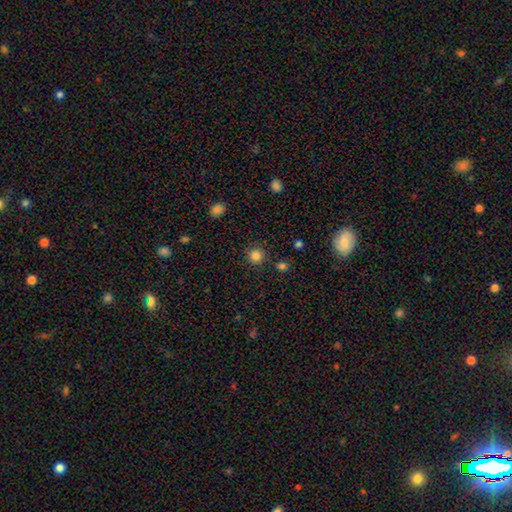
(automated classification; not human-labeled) Q: Smooth or featured?
A: smooth (84%); runner-up: star or artifact (12%)
Q: How rounded?
A: round (94%); runner-up: in between (5%)
Q: Merging?
A: none (89%); runner-up: minor disturbance (6%)